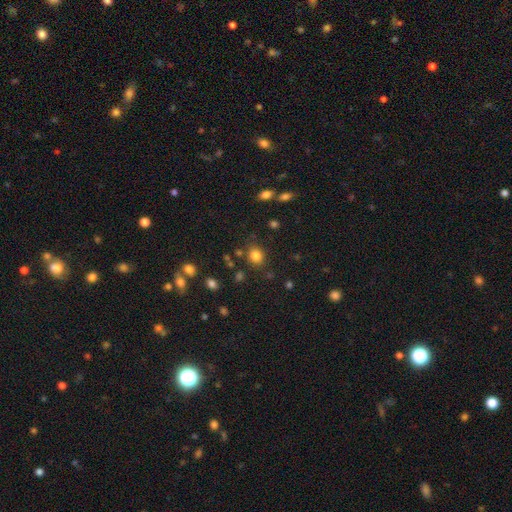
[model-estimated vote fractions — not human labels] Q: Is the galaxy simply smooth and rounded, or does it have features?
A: smooth — 81%.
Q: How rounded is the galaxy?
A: round — 64%.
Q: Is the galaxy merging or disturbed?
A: none — 80%.